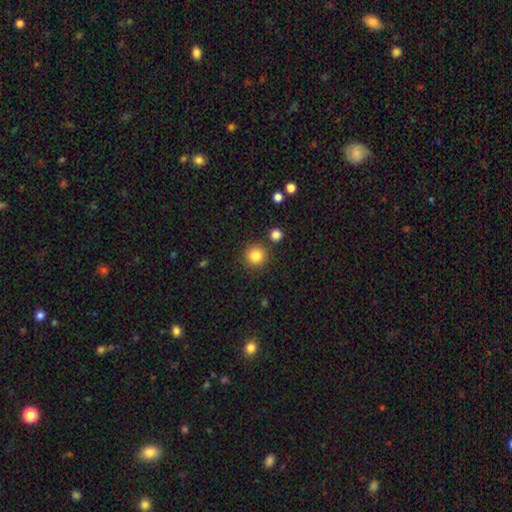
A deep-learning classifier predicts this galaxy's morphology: A smooth galaxy with no disk features (84%) that is round (94%). Merging: none (86%).